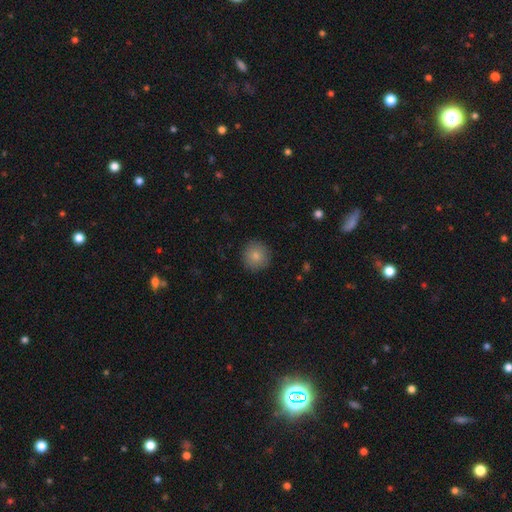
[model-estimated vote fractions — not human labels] smooth-or-featured: smooth: 83% | star or artifact: 9% | featured or disk: 8%
  how-rounded: round: 95% | in between: 4% | cigar-shaped: 1%
  merging: none: 90% | minor disturbance: 7% | major disturbance: 2% | merger: 1%